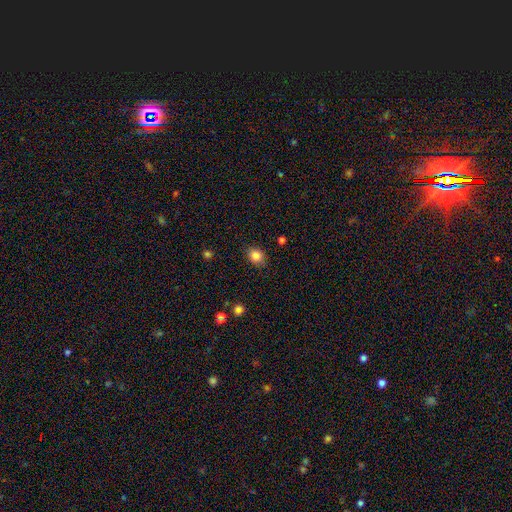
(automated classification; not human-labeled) This appears to be a smooth galaxy with no disk features (84%) that is round (55%). Merging: none (85%).